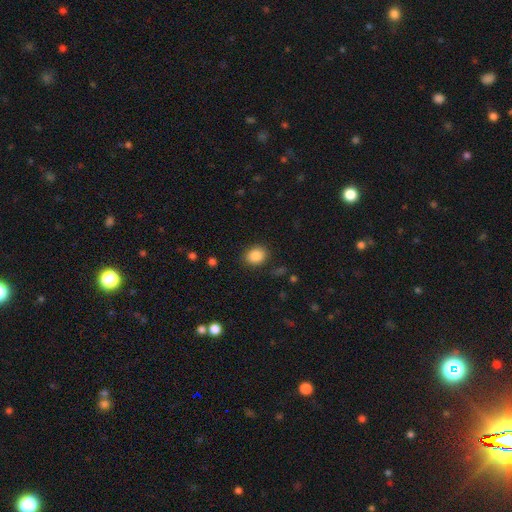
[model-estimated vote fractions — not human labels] smooth 86%, star or artifact 9%, featured or disk 5%. Down the decision tree: how rounded — round (54%); merging — none (86%).